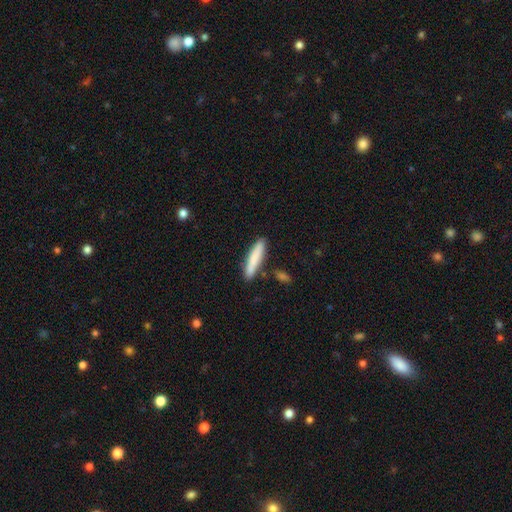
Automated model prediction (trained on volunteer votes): smooth_or_featured: smooth (p=0.81) [alt: featured or disk p=0.13]
how_rounded: cigar-shaped (p=0.85) [alt: in between p=0.13]
merging: none (p=0.82) [alt: minor disturbance p=0.11]